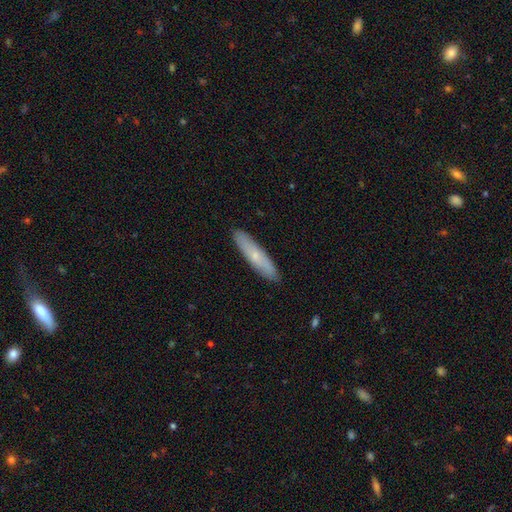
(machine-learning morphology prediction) This is possibly a smooth galaxy (59%). How rounded: clearly cigar-shaped (84%). Merging: clearly none (90%).